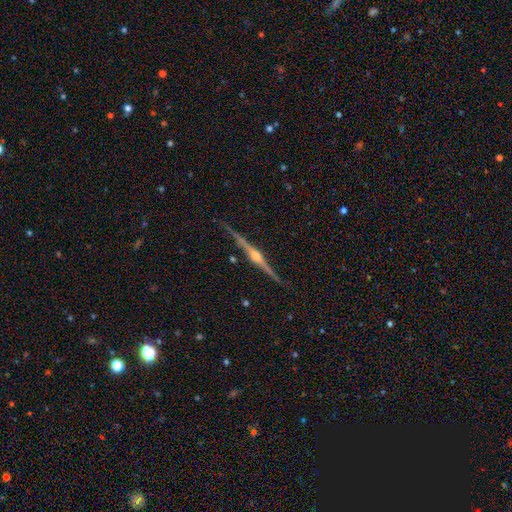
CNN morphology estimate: Smooth or featured? featured or disk (88%)
Edge-on disk? yes (98%)
Edge-on bulge? rounded (92%)
Merging? none (86%)